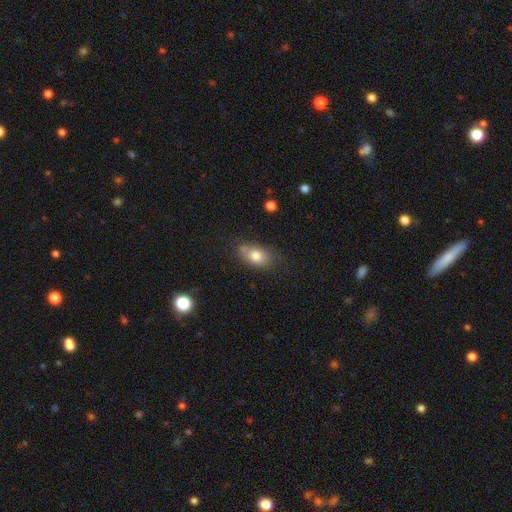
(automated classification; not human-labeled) A smooth galaxy with no disk features (78%) that is in between round and cigar-shaped (83%).

Vote fractions:
- Smooth or featured? smooth: 78% / featured or disk: 14% / star or artifact: 8%
- How rounded? in between: 83% / round: 15% / cigar-shaped: 3%
- Merging? none: 60% / minor disturbance: 25% / merger: 8% / major disturbance: 7%